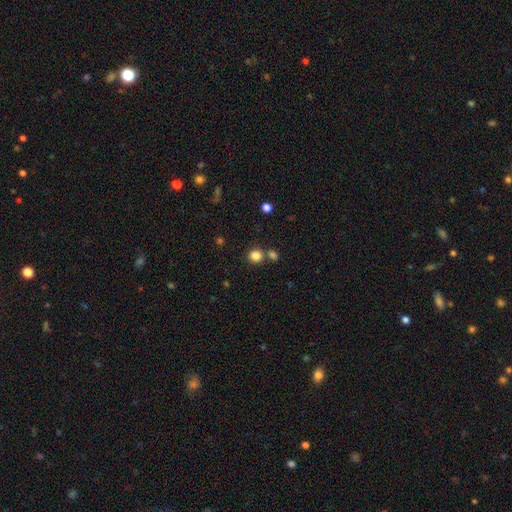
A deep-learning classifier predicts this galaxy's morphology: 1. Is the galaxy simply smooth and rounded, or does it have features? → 83% smooth, 12% star or artifact, 5% featured or disk.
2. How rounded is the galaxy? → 88% round, 11% in between, 1% cigar-shaped.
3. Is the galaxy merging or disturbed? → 71% none, 18% merger, 7% minor disturbance, 3% major disturbance.